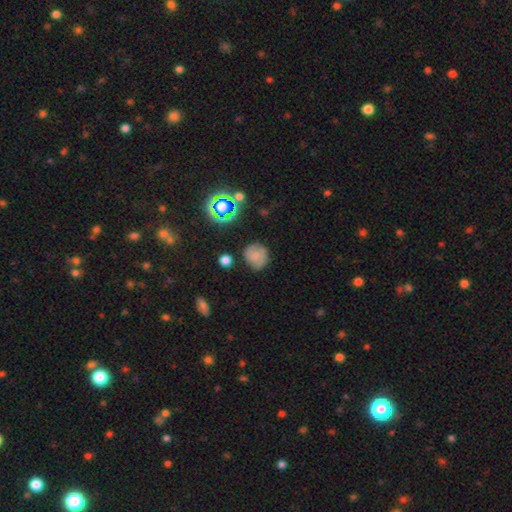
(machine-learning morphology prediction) Overall: smooth (69%). How rounded: round (84%). Merging: none (71%).